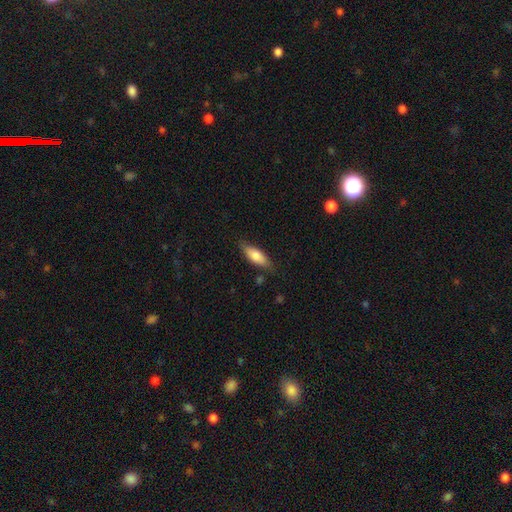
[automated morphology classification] smooth_or_featured: smooth (p=0.77) [alt: featured or disk p=0.17]
how_rounded: in between (p=0.67) [alt: cigar-shaped p=0.31]
merging: none (p=0.79) [alt: minor disturbance p=0.16]